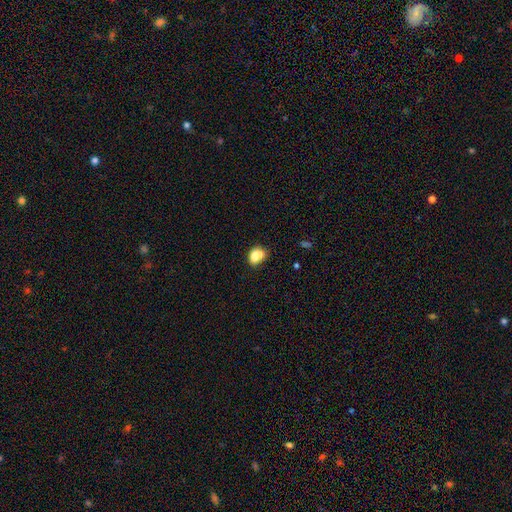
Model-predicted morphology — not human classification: A smooth galaxy with no disk features (78%) that is in between round and cigar-shaped (62%).

Vote fractions:
- Smooth or featured? smooth: 78% / featured or disk: 12% / star or artifact: 10%
- How rounded? in between: 62% / round: 37% / cigar-shaped: 1%
- Merging? none: 39% / merger: 27% / minor disturbance: 25% / major disturbance: 9%